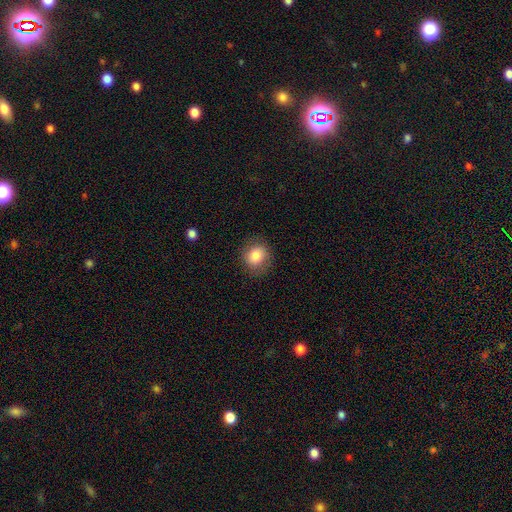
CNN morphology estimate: A smooth galaxy with no disk features (82%) that is round (72%).

Vote fractions:
- Smooth or featured? smooth: 82% / featured or disk: 9% / star or artifact: 9%
- How rounded? round: 72% / in between: 27% / cigar-shaped: 1%
- Merging? none: 83% / minor disturbance: 12% / major disturbance: 4% / merger: 1%